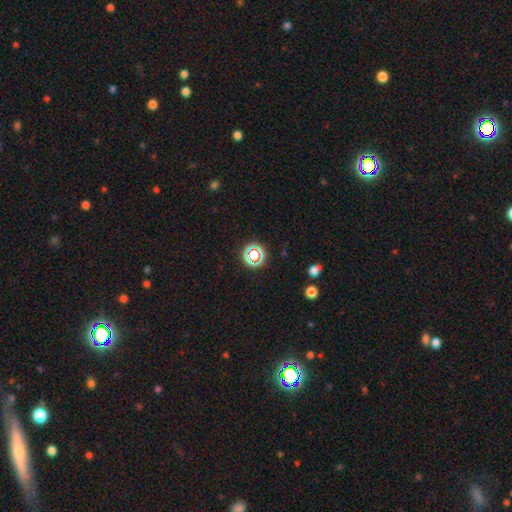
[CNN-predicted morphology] A star or artifact, not a galaxy (58%).